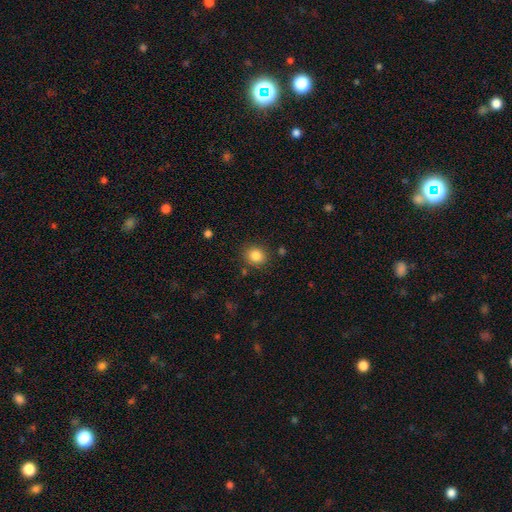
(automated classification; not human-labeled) Overall: smooth (84%). How rounded: round (78%). Merging: none (86%).